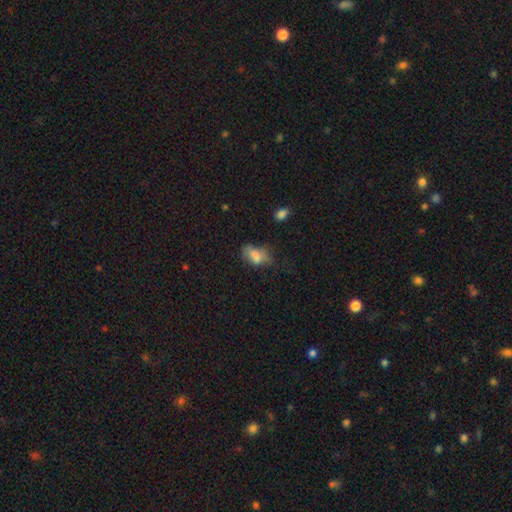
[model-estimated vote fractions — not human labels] A smooth galaxy with no disk features (73%) that is in between round and cigar-shaped (88%). Merging: none (39%).